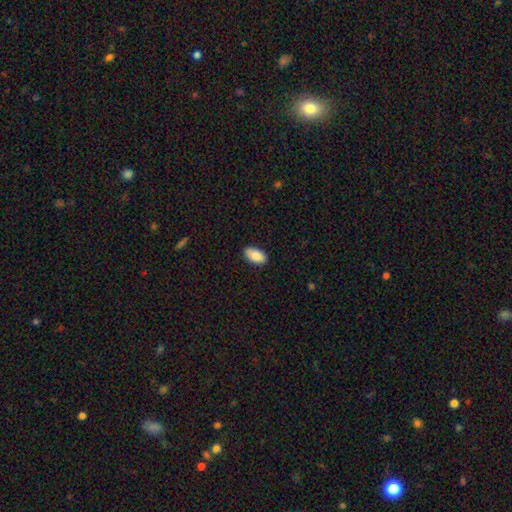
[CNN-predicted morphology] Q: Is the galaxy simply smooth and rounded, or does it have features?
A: smooth — 89%.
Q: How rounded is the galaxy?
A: in between — 94%.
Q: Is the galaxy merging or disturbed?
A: none — 88%.